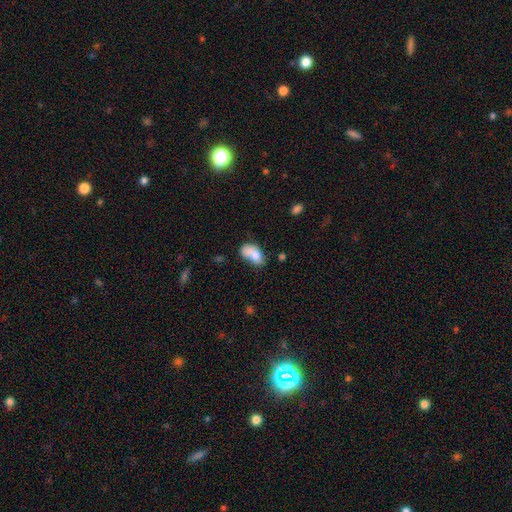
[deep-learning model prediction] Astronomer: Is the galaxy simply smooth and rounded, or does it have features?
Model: smooth — 69%.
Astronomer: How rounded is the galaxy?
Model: in between — 85%.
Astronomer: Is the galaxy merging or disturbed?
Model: merger — 50%.